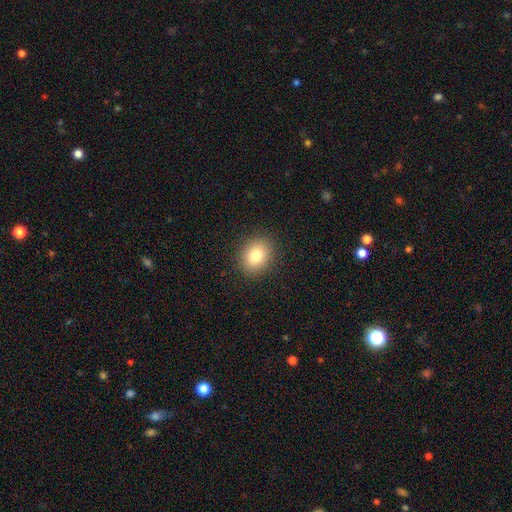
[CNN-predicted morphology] Smooth or featured? smooth (82%)
How rounded? round (52%)
Merging? none (89%)